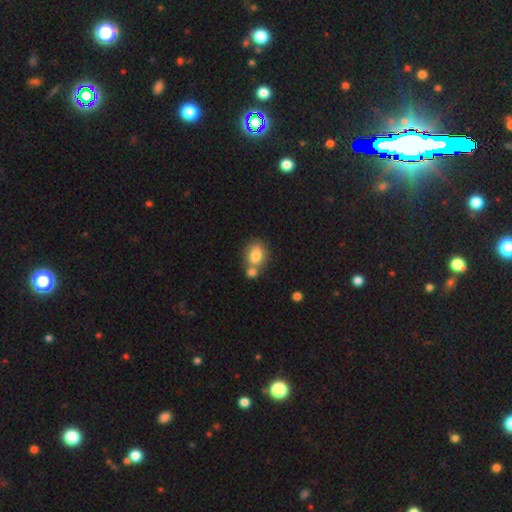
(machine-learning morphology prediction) Smooth or featured: smooth — 79% (featured or disk — 13%)
How rounded: in between — 57% (round — 42%)
Merging: none — 43% (tied with merger — 43%)